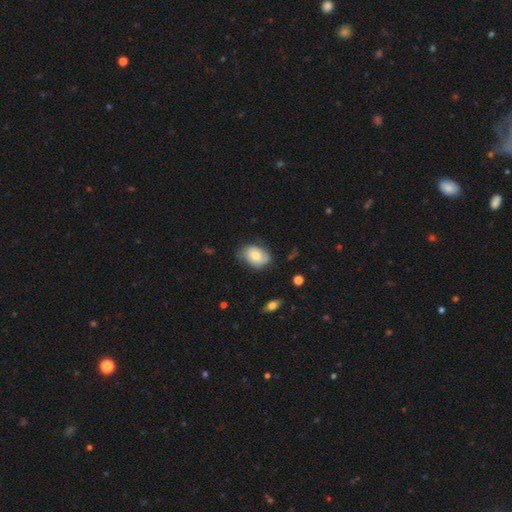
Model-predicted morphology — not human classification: Smooth or featured: smooth — 67% (featured or disk — 25%)
How rounded: in between — 79% (round — 19%)
Merging: none — 58% (minor disturbance — 32%)